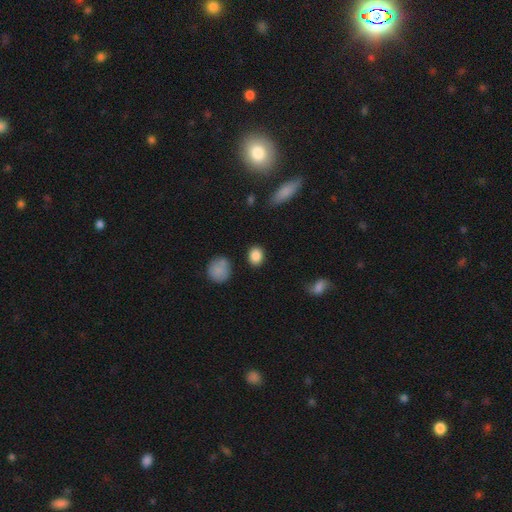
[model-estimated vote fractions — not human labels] Overall: smooth (87%). How rounded: round (50%; in between 49%). Merging: none (85%).